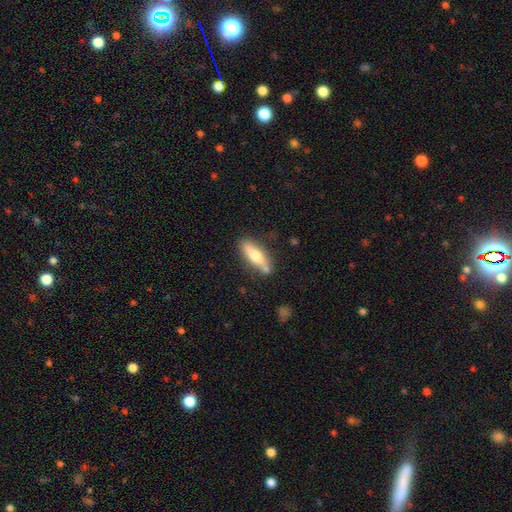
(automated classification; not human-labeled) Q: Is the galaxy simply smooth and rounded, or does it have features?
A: smooth — 62%.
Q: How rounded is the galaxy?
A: cigar-shaped — 54%.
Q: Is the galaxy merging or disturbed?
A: none — 73%.